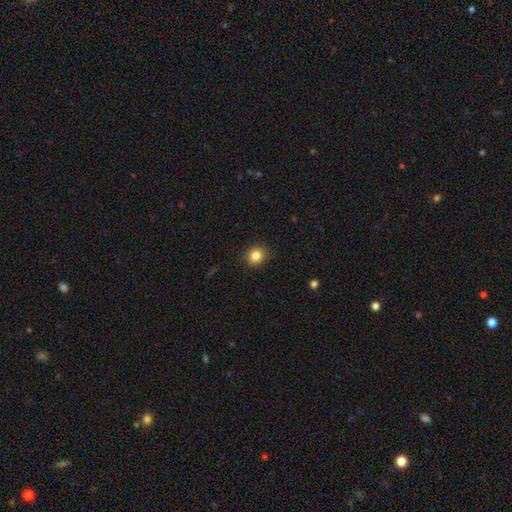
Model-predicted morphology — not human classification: smooth_or_featured: smooth (p=0.84) [alt: star or artifact p=0.11]
how_rounded: round (p=0.83) [alt: in between p=0.16]
merging: none (p=0.90) [alt: minor disturbance p=0.07]